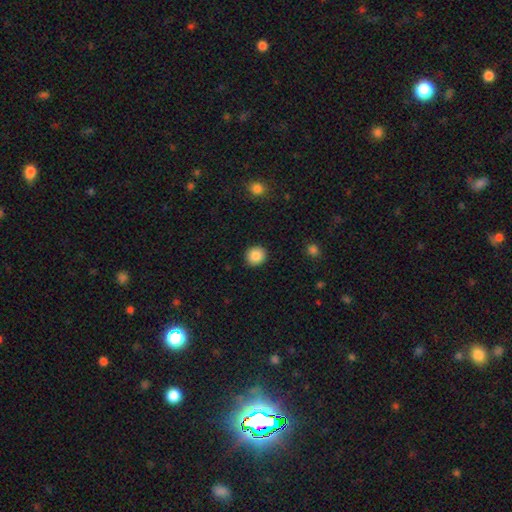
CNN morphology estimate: Smooth or featured?
  - smooth: 87% *
  - star or artifact: 8%
  - featured or disk: 5%
How rounded?
  - round: 86% *
  - in between: 13%
  - cigar-shaped: 1%
Merging?
  - none: 92% *
  - minor disturbance: 6%
  - major disturbance: 2%
  - merger: 1%